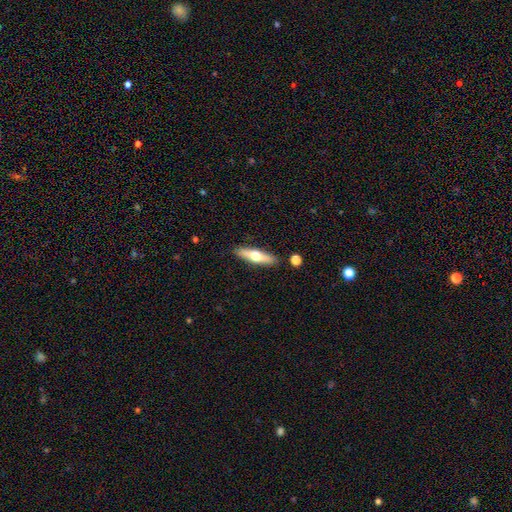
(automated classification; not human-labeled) Smooth or featured? Predicted: smooth (p=0.48). Merging? Predicted: none (p=0.87).